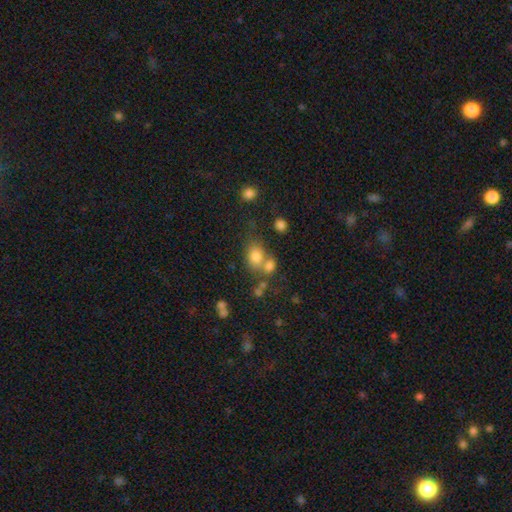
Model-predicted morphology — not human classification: Smooth or featured?
  - smooth: 77% *
  - star or artifact: 13%
  - featured or disk: 10%
How rounded?
  - in between: 55% *
  - round: 43%
  - cigar-shaped: 1%
Merging?
  - none: 43% *
  - merger: 38%
  - minor disturbance: 12%
  - major disturbance: 7%